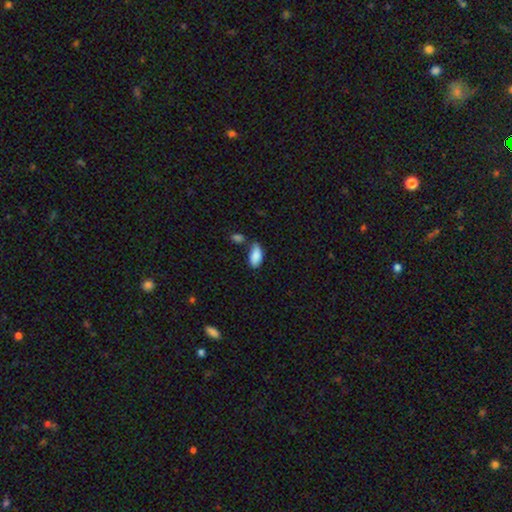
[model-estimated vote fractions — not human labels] A smooth galaxy with no disk features (87%) that is in between round and cigar-shaped (93%).

Vote fractions:
- Smooth or featured? smooth: 87% / star or artifact: 7% / featured or disk: 6%
- How rounded? in between: 93% / cigar-shaped: 5% / round: 2%
- Merging? none: 54% / minor disturbance: 24% / merger: 16% / major disturbance: 6%